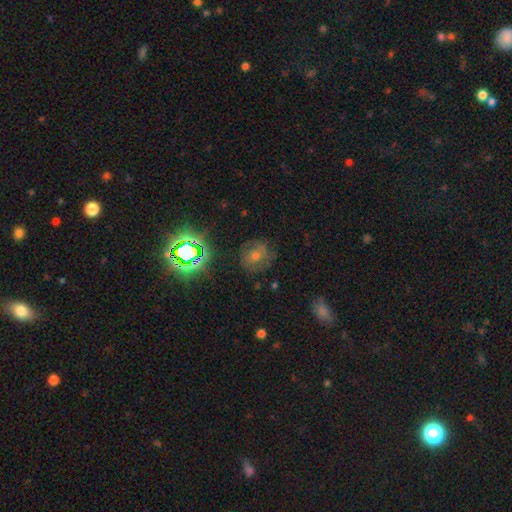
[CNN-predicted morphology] smooth_or_featured: featured or disk (p=0.36) [alt: star or artifact p=0.33]
merging: none (p=0.76) [alt: minor disturbance p=0.16]